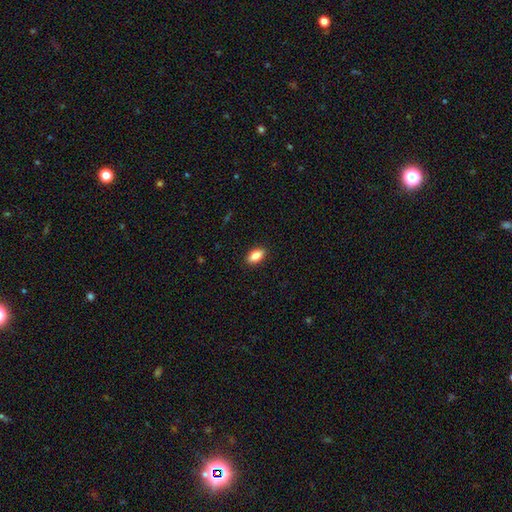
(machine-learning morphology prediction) smooth_or_featured: smooth (p=0.86) [alt: star or artifact p=0.07]
how_rounded: in between (p=0.90) [alt: round p=0.05]
merging: none (p=0.90) [alt: minor disturbance p=0.08]